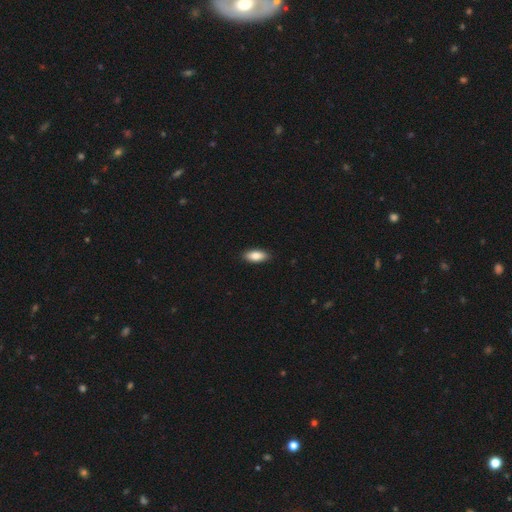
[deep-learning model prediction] Smooth or featured: smooth — 86% (featured or disk — 8%)
How rounded: in between — 86% (cigar-shaped — 12%)
Merging: none — 90% (minor disturbance — 8%)